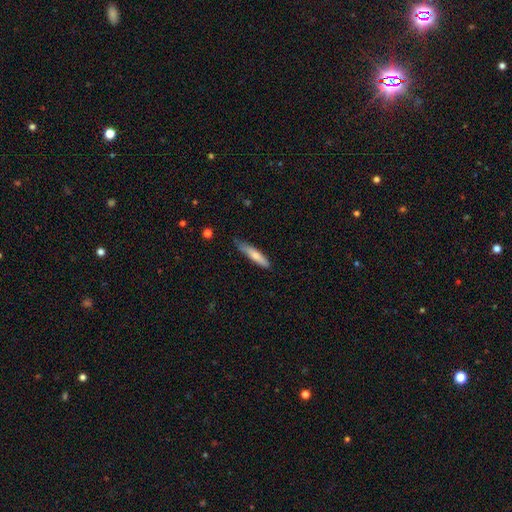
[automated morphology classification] smooth_or_featured: smooth (p=0.71) [alt: featured or disk p=0.24]
how_rounded: cigar-shaped (p=0.83) [alt: in between p=0.15]
merging: none (p=0.68) [alt: minor disturbance p=0.26]